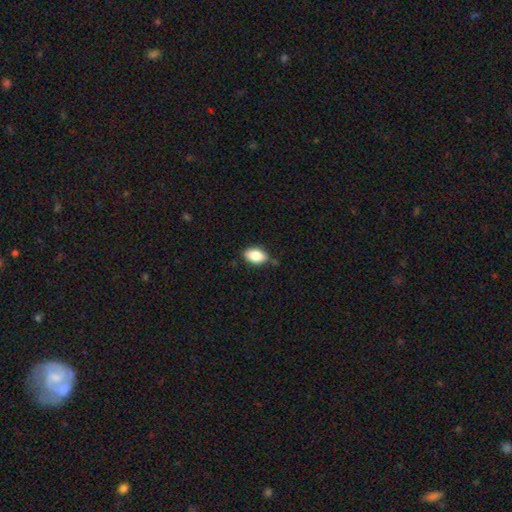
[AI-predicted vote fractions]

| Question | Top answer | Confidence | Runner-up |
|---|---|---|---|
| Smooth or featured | smooth | 85% | featured or disk (8%) |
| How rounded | in between | 91% | round (6%) |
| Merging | none | 80% | minor disturbance (15%) |